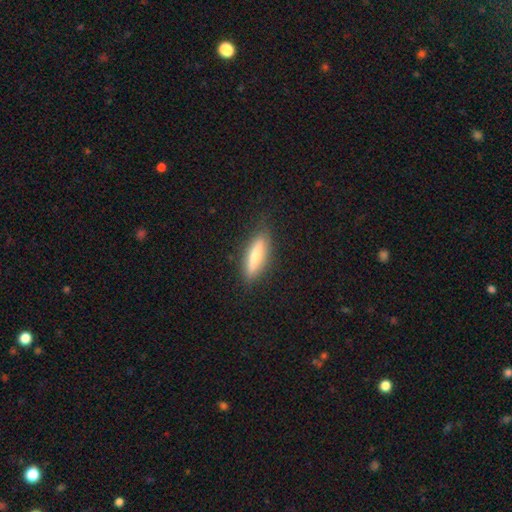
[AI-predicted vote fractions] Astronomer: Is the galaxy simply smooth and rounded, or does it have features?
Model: smooth — 62%.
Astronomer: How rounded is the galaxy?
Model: cigar-shaped — 70%.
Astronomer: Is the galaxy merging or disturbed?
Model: none — 85%.